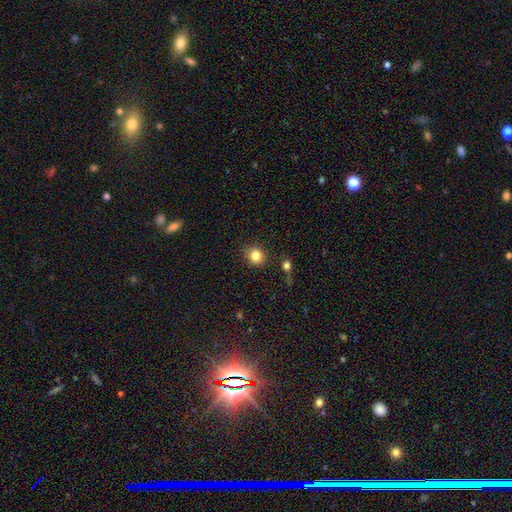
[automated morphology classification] Smooth or featured?
  - smooth: 83% *
  - star or artifact: 11%
  - featured or disk: 6%
How rounded?
  - round: 77% *
  - in between: 22%
  - cigar-shaped: 1%
Merging?
  - none: 84% *
  - minor disturbance: 10%
  - merger: 3%
  - major disturbance: 3%